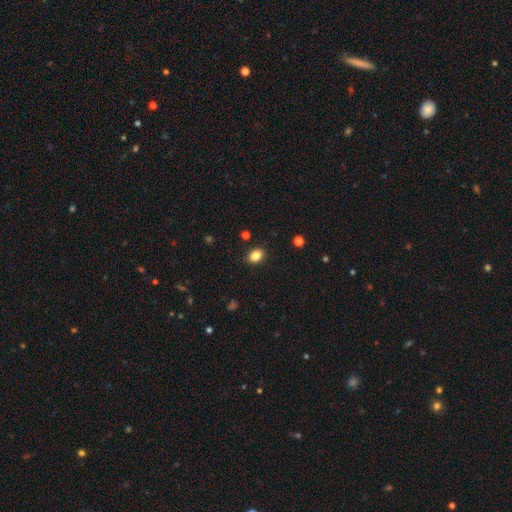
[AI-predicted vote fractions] Overall: smooth (85%). How rounded: in between (72%). Merging: none (88%).